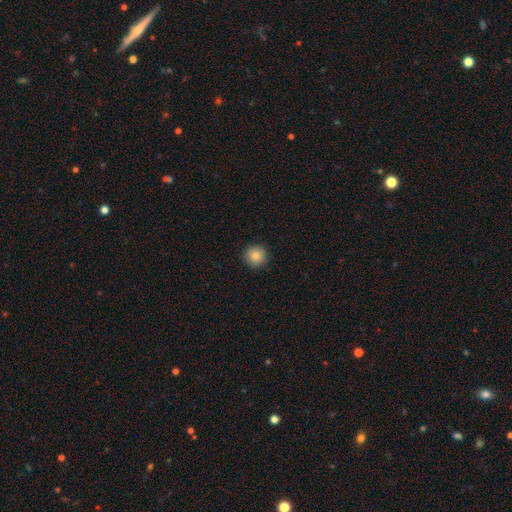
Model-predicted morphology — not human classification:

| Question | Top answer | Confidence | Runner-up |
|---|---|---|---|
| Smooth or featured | smooth | 84% | star or artifact (10%) |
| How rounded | round | 95% | in between (4%) |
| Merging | none | 92% | minor disturbance (6%) |